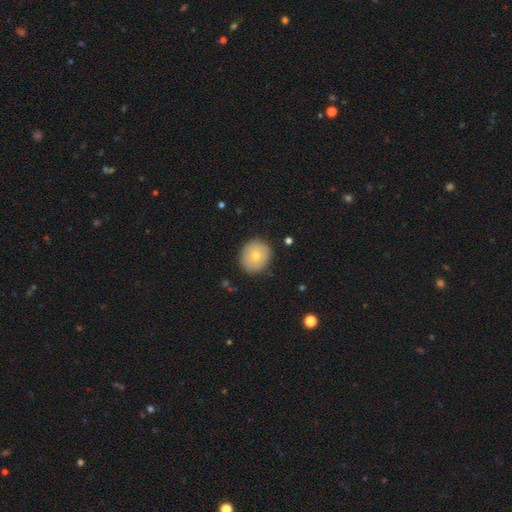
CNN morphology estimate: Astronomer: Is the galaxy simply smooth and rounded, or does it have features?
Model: smooth — 70%.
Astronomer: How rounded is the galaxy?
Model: round — 82%.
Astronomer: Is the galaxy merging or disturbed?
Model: none — 85%.